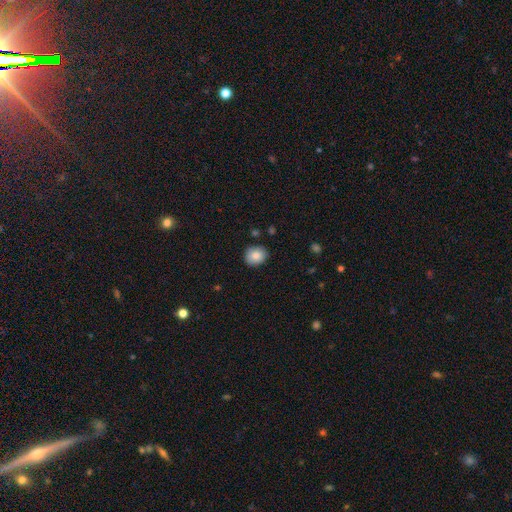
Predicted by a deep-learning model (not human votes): smooth 84%, featured or disk 8%, star or artifact 8%. Down the decision tree: how rounded — round (67%); merging — none (85%).